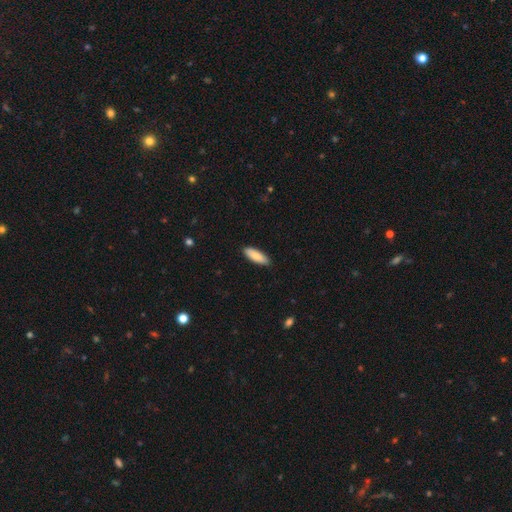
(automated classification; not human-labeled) A smooth galaxy with no disk features (84%) that is in between round and cigar-shaped (61%). Merging: none (89%).